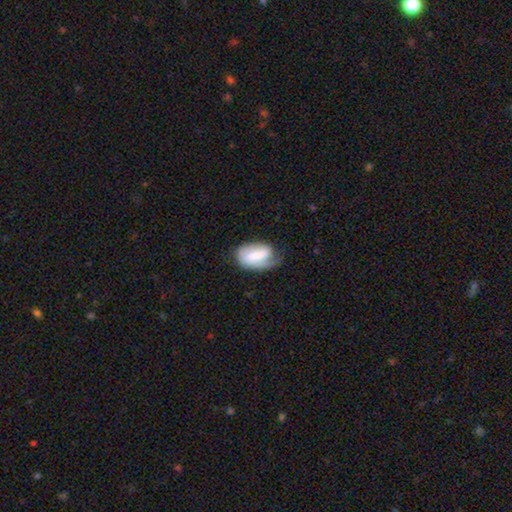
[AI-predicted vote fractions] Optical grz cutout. It shows a featured or disk galaxy (49%). Merging: none (45%).